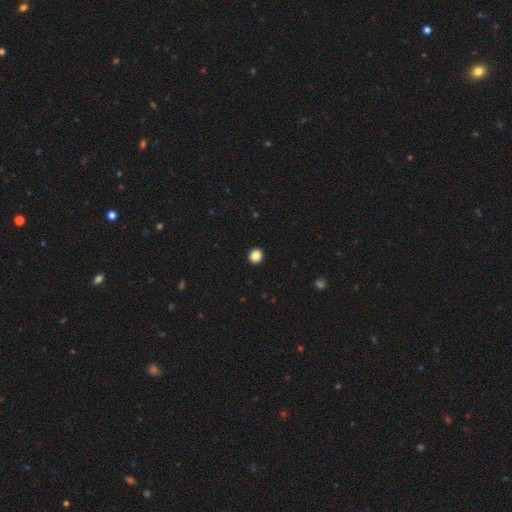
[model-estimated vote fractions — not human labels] Q: Smooth or featured?
A: smooth (87%); runner-up: star or artifact (10%)
Q: How rounded?
A: round (86%); runner-up: in between (13%)
Q: Merging?
A: none (94%); runner-up: minor disturbance (4%)